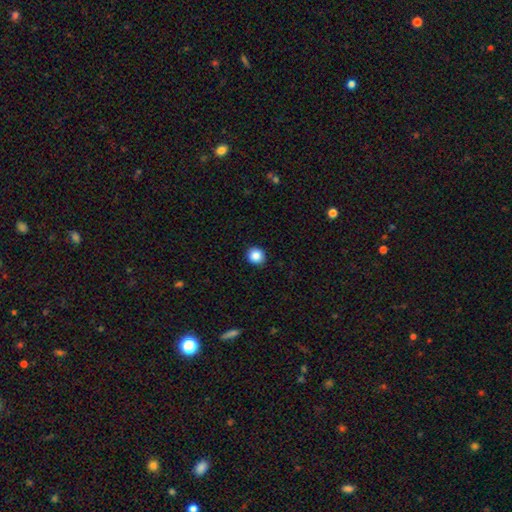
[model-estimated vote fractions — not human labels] Smooth or featured?
  - smooth: 87% *
  - star or artifact: 10%
  - featured or disk: 4%
How rounded?
  - round: 90% *
  - in between: 9%
  - cigar-shaped: 1%
Merging?
  - none: 92% *
  - minor disturbance: 5%
  - major disturbance: 2%
  - merger: 1%